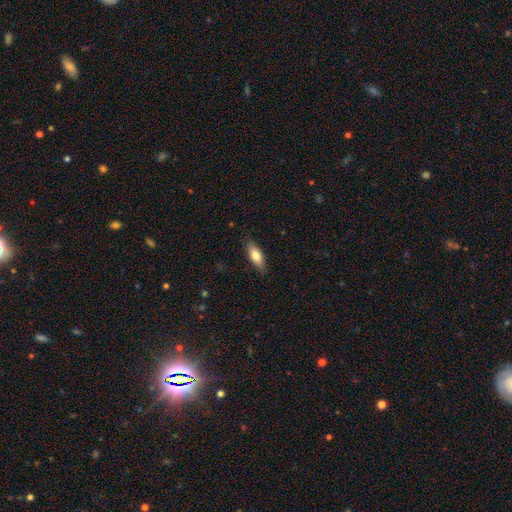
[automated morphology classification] This is likely a smooth galaxy (73%). How rounded: likely in between (65%). Merging: clearly none (85%).